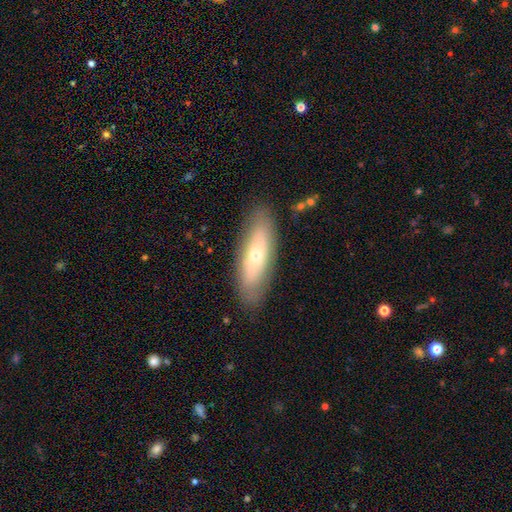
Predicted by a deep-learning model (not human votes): Smooth or featured? Predicted: smooth (p=0.47). Merging? Predicted: none (p=0.84).